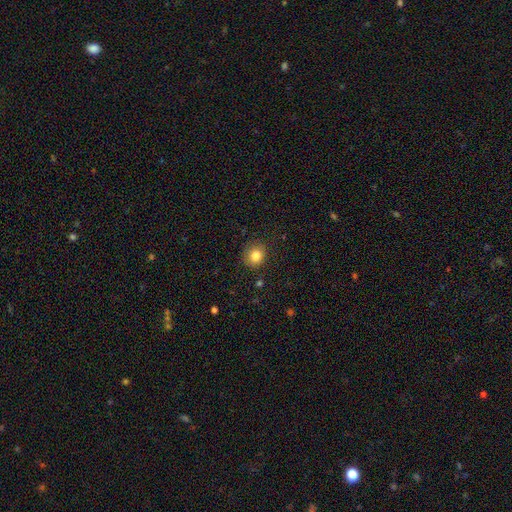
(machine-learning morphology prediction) The model was most divided on "how rounded": round: 78%, in between: 21%, cigar-shaped: 1%. More confident: merging — none (84%); smooth or featured — smooth (84%).